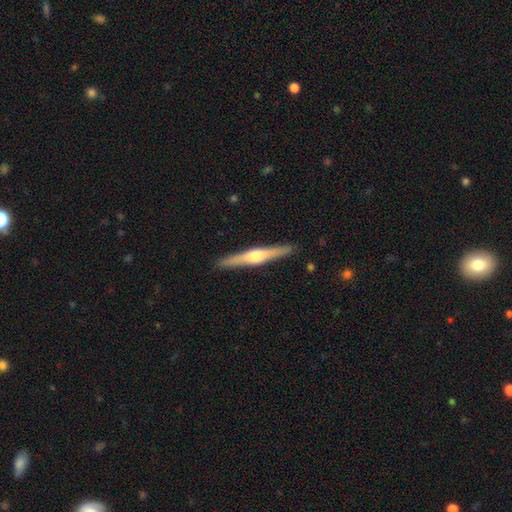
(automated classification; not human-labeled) This is likely a featured or disk galaxy (72%). It is clearly viewed edge-on (98%). Edge-on bulge: clearly rounded (87%). Merging: clearly none (91%).